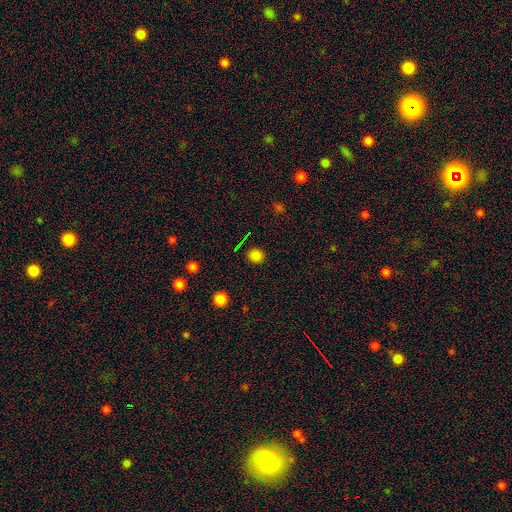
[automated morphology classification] This is likely a smooth galaxy (77%). How rounded: clearly round (88%). Merging: clearly none (89%).